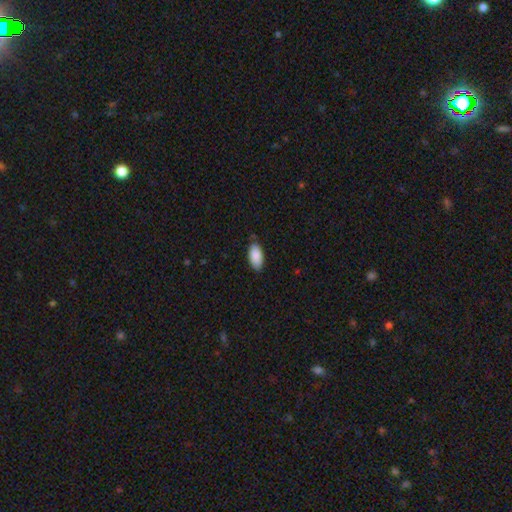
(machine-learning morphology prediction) type=smooth (89%); roundness=in between (94%); merging=none (79%).